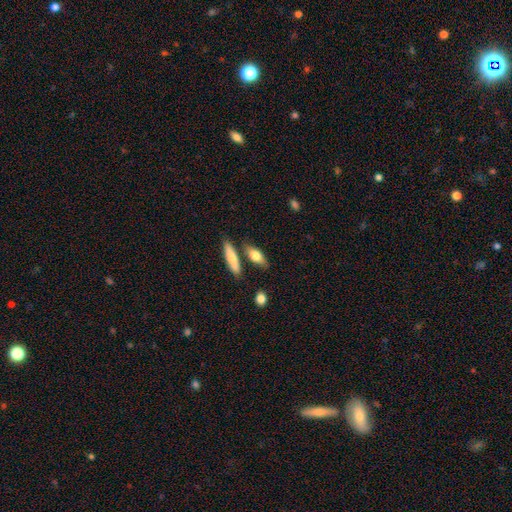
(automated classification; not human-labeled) Q: Smooth or featured?
A: smooth (76%); runner-up: featured or disk (18%)
Q: How rounded?
A: in between (62%); runner-up: cigar-shaped (34%)
Q: Merging?
A: none (71%); runner-up: minor disturbance (13%)